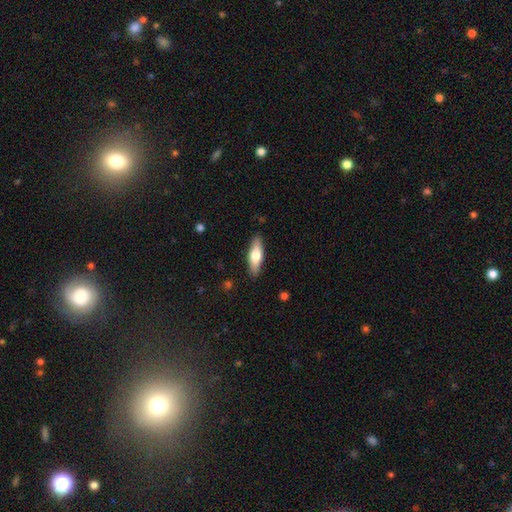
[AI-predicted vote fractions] Morphology: type=smooth (64%); roundness=in between (54%); merging=none (88%).